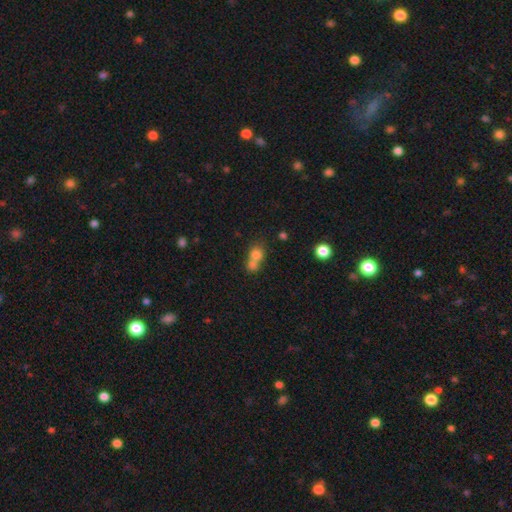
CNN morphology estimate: The model was most divided on "merging": merger: 62%, none: 28%, minor disturbance: 6%, major disturbance: 3%. More confident: smooth or featured — smooth (75%); how rounded — round (73%).